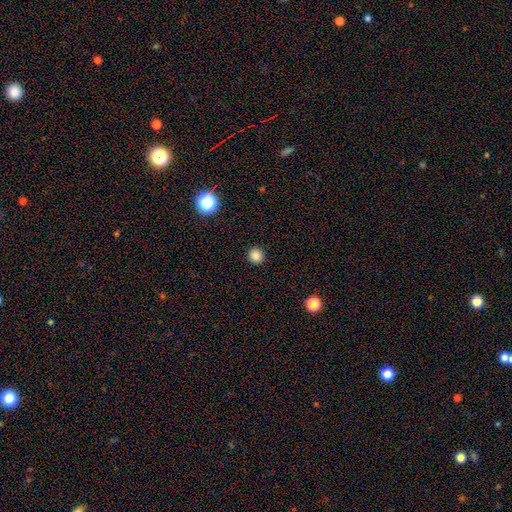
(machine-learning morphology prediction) smooth_or_featured: smooth (p=0.84) [alt: star or artifact p=0.12]
how_rounded: round (p=0.93) [alt: in between p=0.06]
merging: none (p=0.92) [alt: minor disturbance p=0.05]